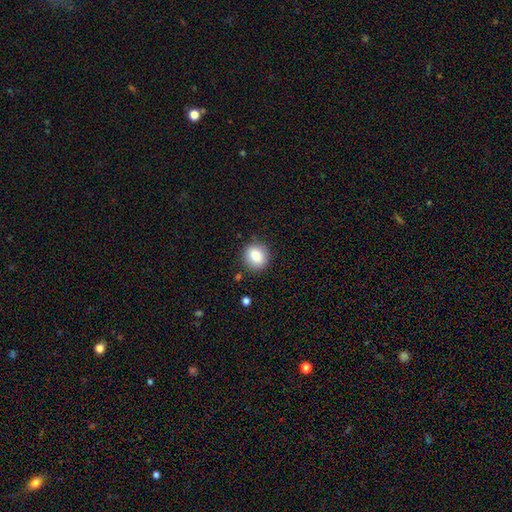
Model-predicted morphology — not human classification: Q: Smooth or featured?
A: smooth (84%); runner-up: star or artifact (9%)
Q: How rounded?
A: round (82%); runner-up: in between (17%)
Q: Merging?
A: none (87%); runner-up: minor disturbance (9%)